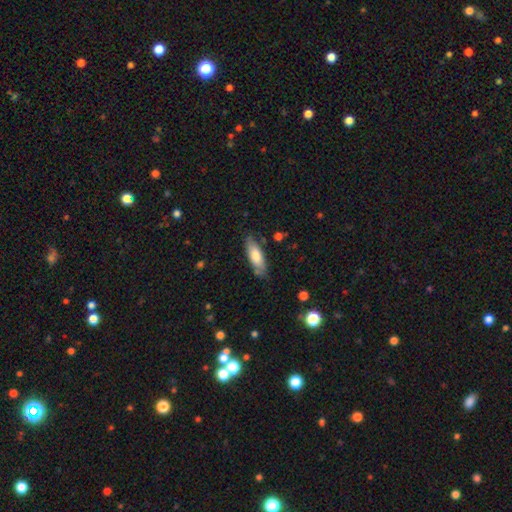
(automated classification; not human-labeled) A smooth galaxy with no disk features (70%) that is in between round and cigar-shaped (61%).

Vote fractions:
- Smooth or featured? smooth: 70% / featured or disk: 24% / star or artifact: 6%
- How rounded? in between: 61% / cigar-shaped: 37% / round: 2%
- Merging? none: 78% / minor disturbance: 16% / major disturbance: 3% / merger: 2%